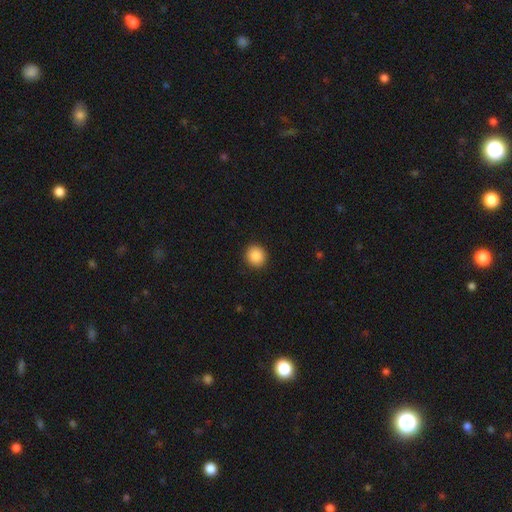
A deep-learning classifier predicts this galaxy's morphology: This appears to be a smooth galaxy with no disk features (88%) that is round (89%). Merging: none (92%).